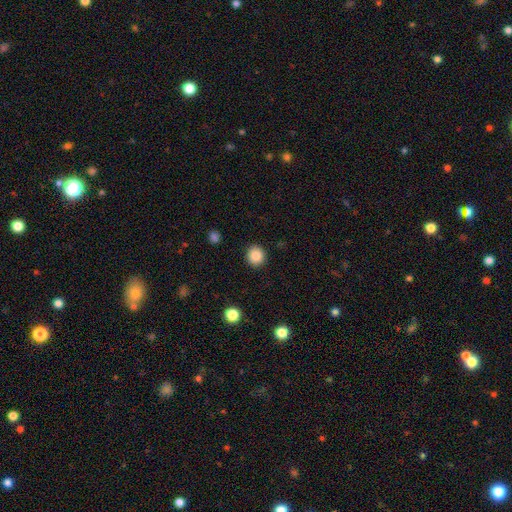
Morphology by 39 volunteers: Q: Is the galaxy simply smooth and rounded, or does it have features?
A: smooth — 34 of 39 (87%).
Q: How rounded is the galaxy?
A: round — 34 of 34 (100%).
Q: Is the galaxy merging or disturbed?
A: none — 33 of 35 (94%).